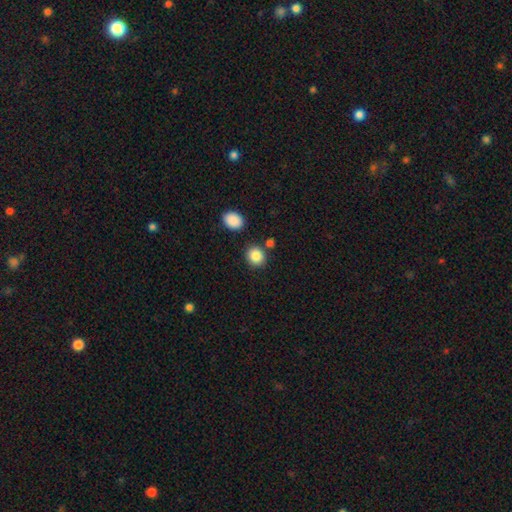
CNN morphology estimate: smooth-or-featured: smooth: 87% | star or artifact: 8% | featured or disk: 5%
  how-rounded: round: 79% | in between: 21% | cigar-shaped: 1%
  merging: none: 81% | minor disturbance: 9% | merger: 7% | major disturbance: 3%